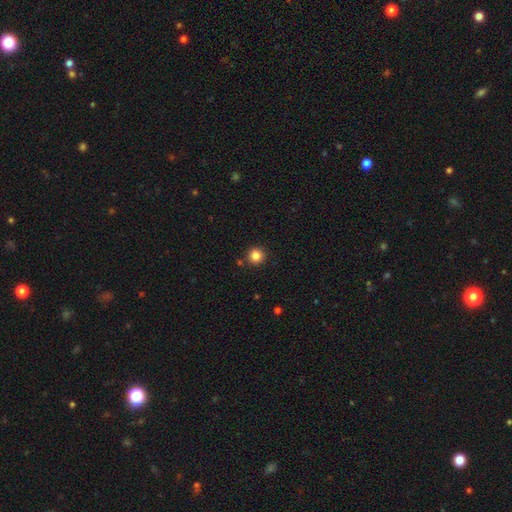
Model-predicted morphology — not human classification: This is clearly a smooth galaxy (84%). How rounded: clearly round (94%). Merging: clearly none (89%).